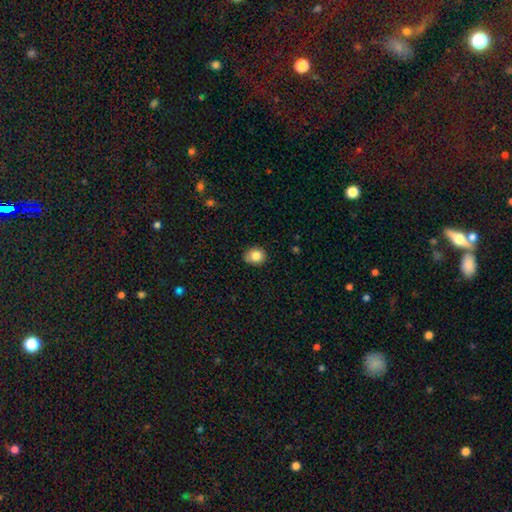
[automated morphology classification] This appears to be a smooth galaxy with no disk features (83%) that is round (64%). Merging: none (84%).